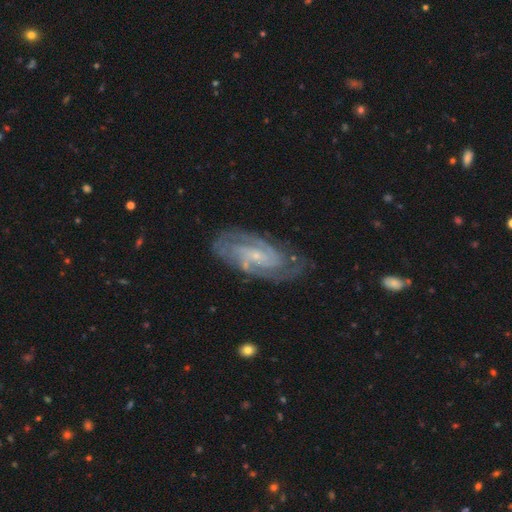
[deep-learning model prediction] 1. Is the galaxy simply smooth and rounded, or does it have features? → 88% featured or disk, 7% smooth, 6% star or artifact.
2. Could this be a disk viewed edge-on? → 95% no, 5% yes.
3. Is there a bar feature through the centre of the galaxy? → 46% no, 42% weak, 13% strong.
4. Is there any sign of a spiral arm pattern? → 97% yes, 3% no.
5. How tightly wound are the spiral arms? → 54% tight, 39% medium, 8% loose.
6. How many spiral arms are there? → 61% 2, 15% can't tell, 13% 3, 5% 4, 3% 1, 3% more than 4.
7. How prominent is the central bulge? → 77% small, 16% moderate, 5% none, 1% large, 1% dominant.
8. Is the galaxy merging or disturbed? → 76% none, 17% minor disturbance, 6% major disturbance, 2% merger.